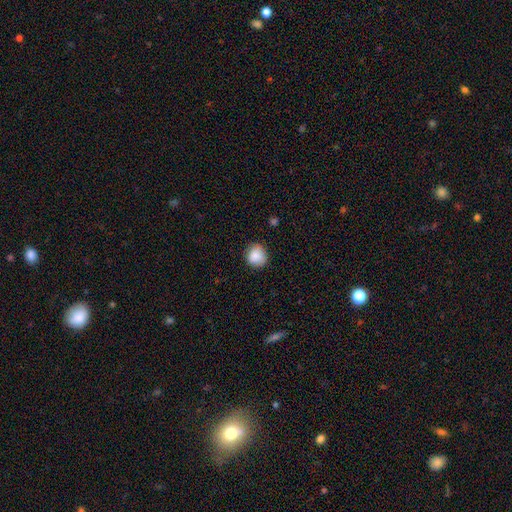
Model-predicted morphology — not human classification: A smooth galaxy with no disk features (87%) that is round (82%). Merging: none (81%).